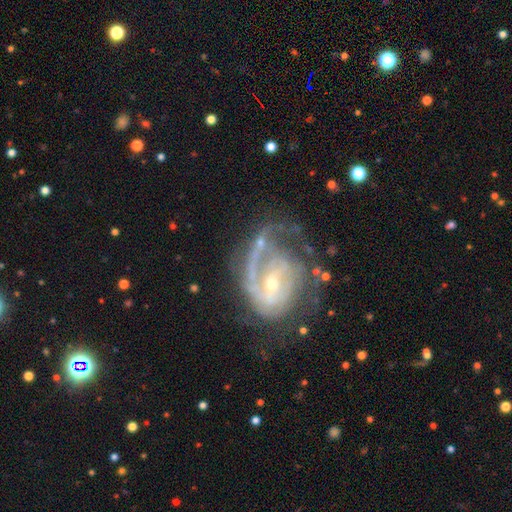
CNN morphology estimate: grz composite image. It shows a featured or disk galaxy (85%) with a weak bar (45%), 1 (31%) tight (47%) spiral arms (91%) and a small central bulge (65%). Merging: none (47%).